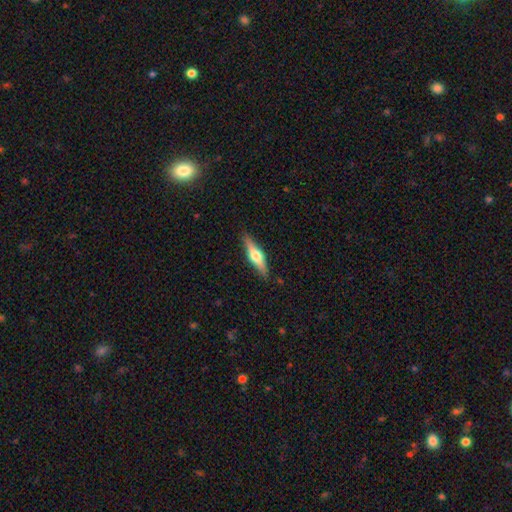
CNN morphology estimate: smooth-or-featured: featured or disk: 56% | smooth: 38% | star or artifact: 6%
  disk-edge-on: yes: 95% | no: 5%
    edge-on-bulge: rounded: 93% | boxy: 5% | none: 3%
  merging: none: 88% | minor disturbance: 9% | major disturbance: 2% | merger: 1%